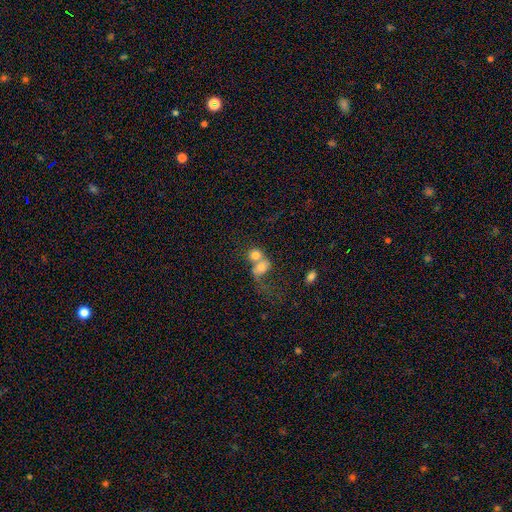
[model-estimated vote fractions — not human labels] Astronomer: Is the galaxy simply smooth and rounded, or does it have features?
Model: smooth — 38% (runner-up: featured or disk, 31%).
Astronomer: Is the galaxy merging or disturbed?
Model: merger — 50% (runner-up: none, 27%).